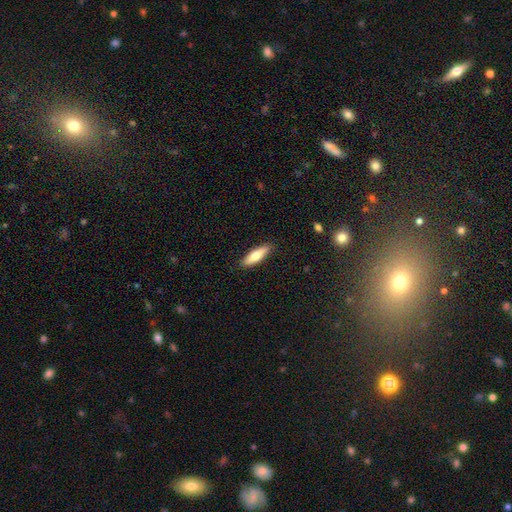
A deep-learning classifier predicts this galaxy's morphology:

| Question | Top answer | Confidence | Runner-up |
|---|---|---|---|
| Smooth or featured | smooth | 66% | featured or disk (29%) |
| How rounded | cigar-shaped | 58% | in between (40%) |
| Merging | none | 89% | minor disturbance (8%) |